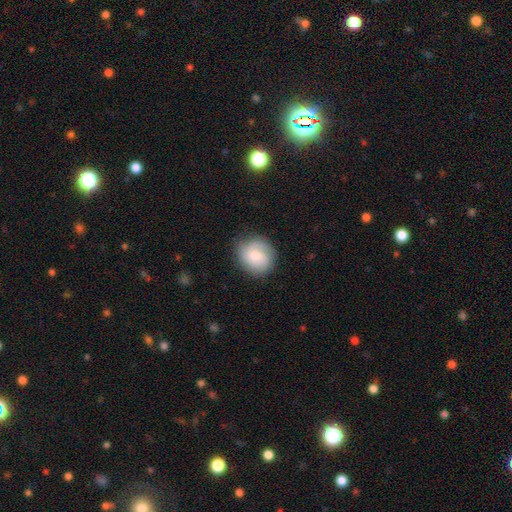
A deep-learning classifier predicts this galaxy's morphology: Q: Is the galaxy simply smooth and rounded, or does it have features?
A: smooth — 60%.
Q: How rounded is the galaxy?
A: round — 78%.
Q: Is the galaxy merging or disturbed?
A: none — 78%.